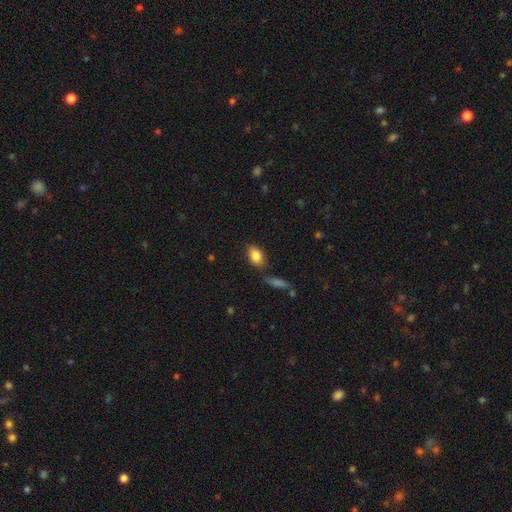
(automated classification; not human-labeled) A smooth galaxy with no disk features (85%) that is in between round and cigar-shaped (85%).

Vote fractions:
- Smooth or featured? smooth: 85% / star or artifact: 8% / featured or disk: 8%
- How rounded? in between: 85% / round: 12% / cigar-shaped: 3%
- Merging? none: 75% / minor disturbance: 14% / merger: 7% / major disturbance: 4%